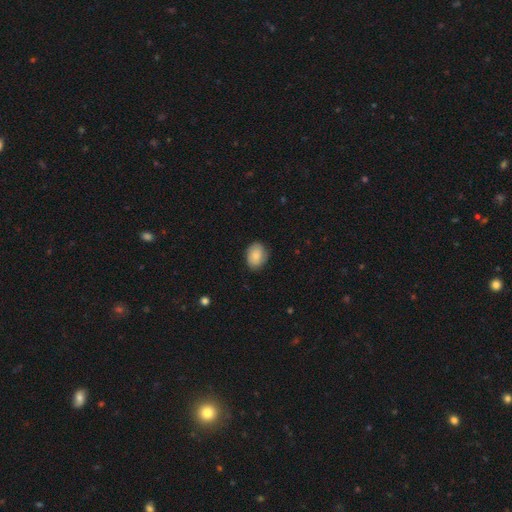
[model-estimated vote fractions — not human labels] This is clearly a smooth galaxy (80%). How rounded: likely in between (63%). Merging: clearly none (81%).